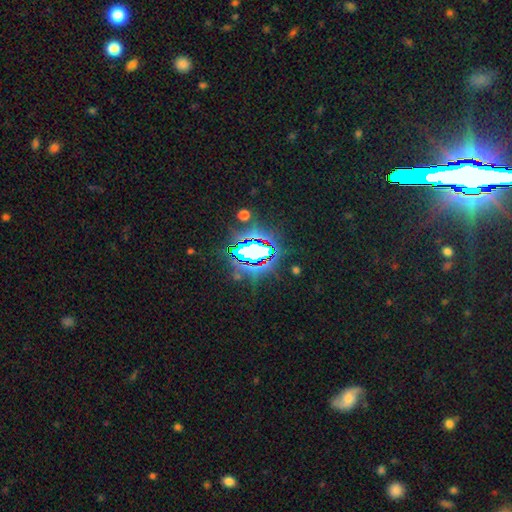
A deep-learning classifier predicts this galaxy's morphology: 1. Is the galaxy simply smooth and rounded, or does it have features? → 80% star or artifact, 12% smooth, 8% featured or disk.